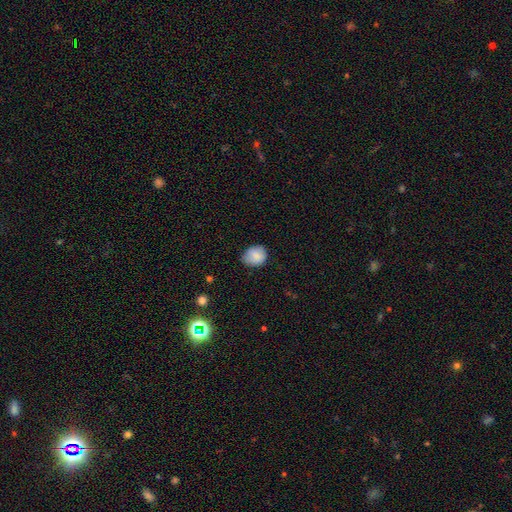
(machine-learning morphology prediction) Smooth or featured? Predicted: smooth (p=0.85). How rounded? Predicted: round (p=0.59). Merging? Predicted: none (p=0.68).